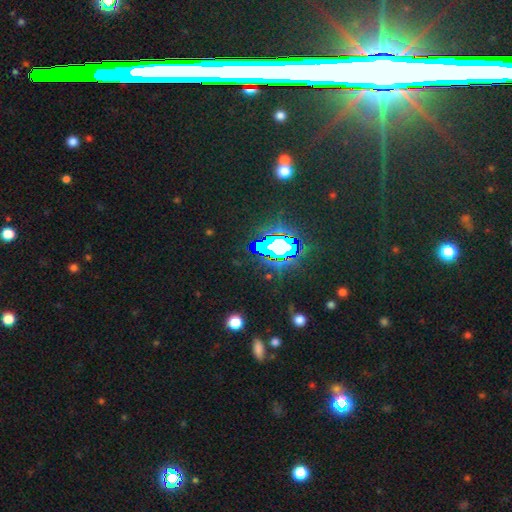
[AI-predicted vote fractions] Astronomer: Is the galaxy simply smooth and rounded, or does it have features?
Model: star or artifact — 75%.